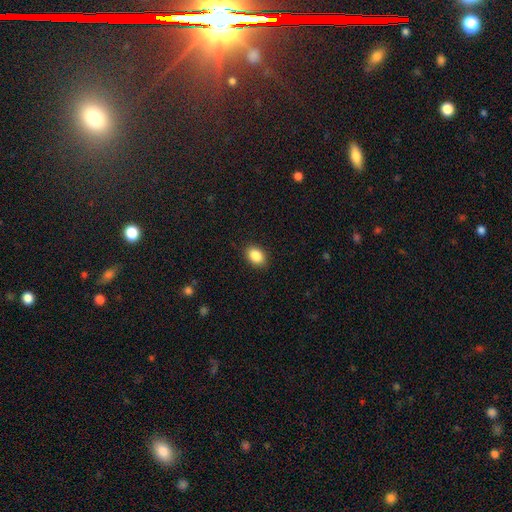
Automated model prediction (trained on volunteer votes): This is clearly a smooth galaxy (88%). How rounded: clearly in between (81%). Merging: clearly none (89%).